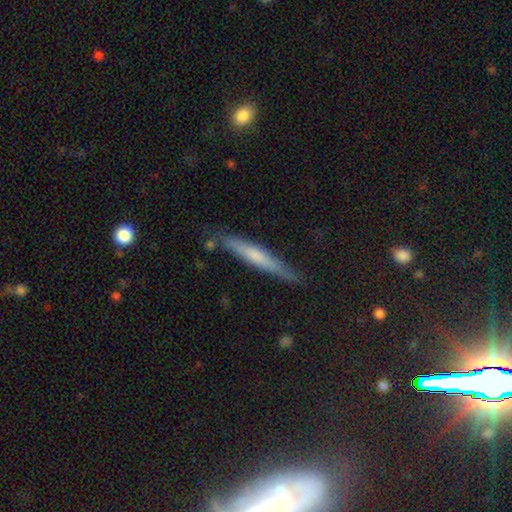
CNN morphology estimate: Smooth or featured? smooth (57%)
How rounded? cigar-shaped (94%)
Merging? none (80%)